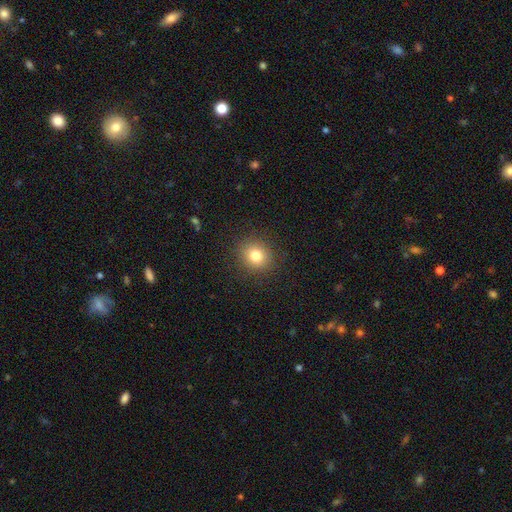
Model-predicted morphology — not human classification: Smooth or featured?
  - smooth: 81% *
  - star or artifact: 12%
  - featured or disk: 7%
How rounded?
  - round: 84% *
  - in between: 15%
  - cigar-shaped: 1%
Merging?
  - none: 89% *
  - minor disturbance: 7%
  - major disturbance: 3%
  - merger: 1%